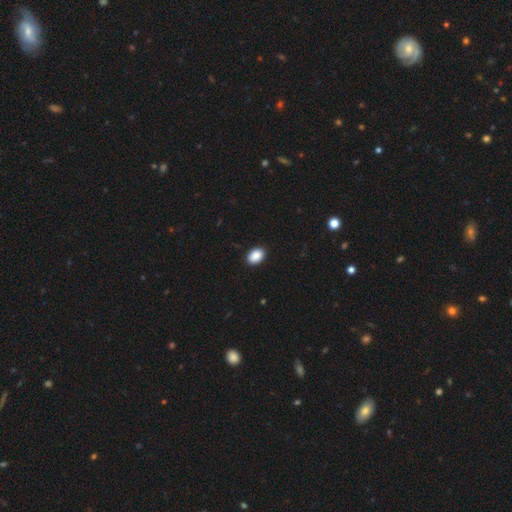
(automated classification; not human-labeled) Morphology: type=smooth (90%); roundness=in between (81%); merging=none (90%).